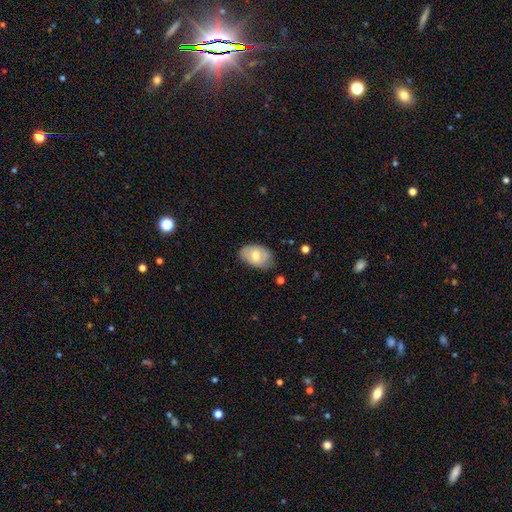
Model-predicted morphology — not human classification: This is likely a smooth galaxy (61%). How rounded: clearly in between (88%). Merging: likely none (70%).